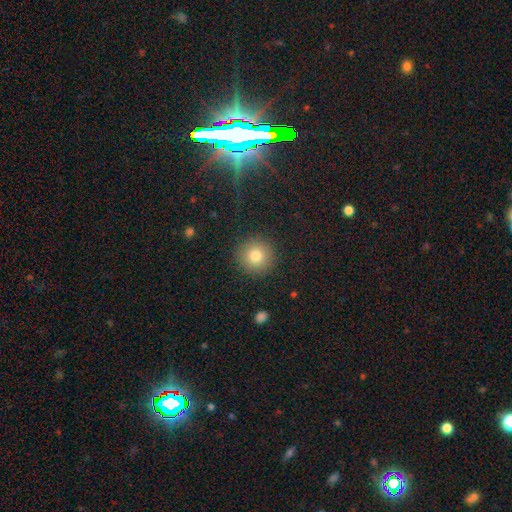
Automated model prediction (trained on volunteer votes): This appears to be a smooth galaxy with no disk features (79%) that is round (95%). Merging: none (91%).